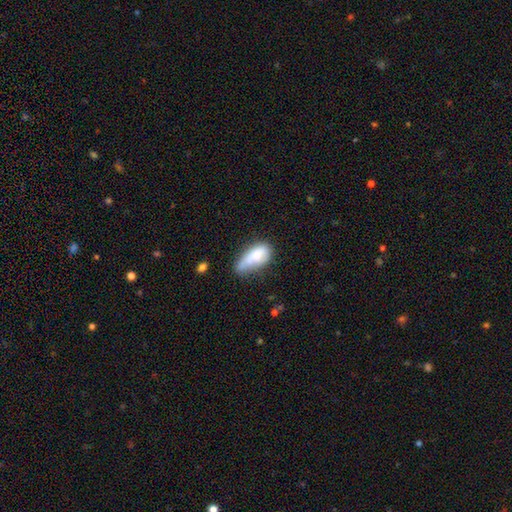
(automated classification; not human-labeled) The model was most divided on "merging": minor disturbance: 38%, none: 31%, major disturbance: 18%, merger: 13%. More confident: how rounded — in between (83%); smooth or featured — smooth (75%).